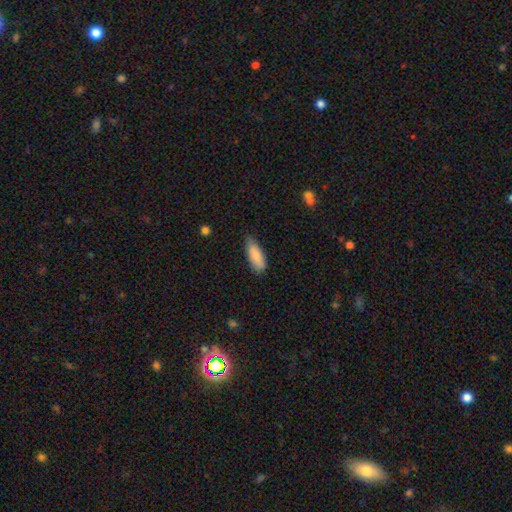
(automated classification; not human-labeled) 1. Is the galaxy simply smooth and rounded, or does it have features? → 86% smooth, 8% featured or disk, 6% star or artifact.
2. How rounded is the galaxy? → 66% in between, 33% cigar-shaped, 2% round.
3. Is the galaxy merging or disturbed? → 69% none, 25% minor disturbance, 4% major disturbance, 2% merger.